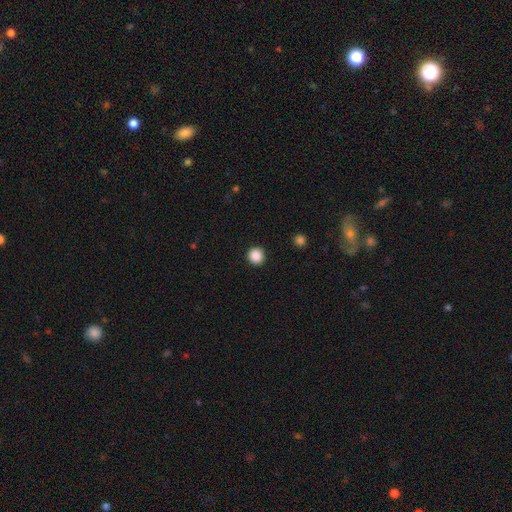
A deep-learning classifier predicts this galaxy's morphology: Smooth or featured: smooth — 88% (star or artifact — 10%)
How rounded: round — 94% (in between — 5%)
Merging: none — 92% (minor disturbance — 5%)